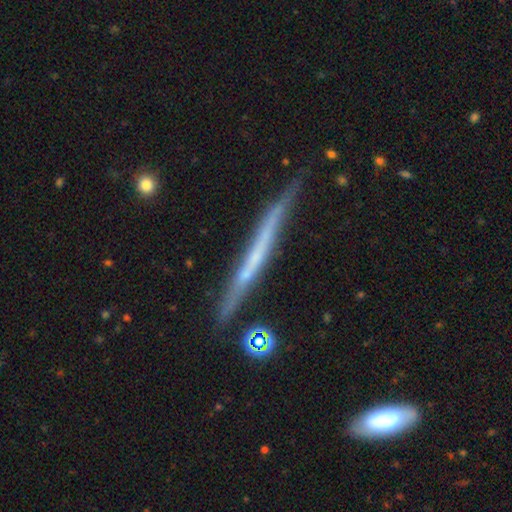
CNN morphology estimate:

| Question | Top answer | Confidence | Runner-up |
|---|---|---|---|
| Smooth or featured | featured or disk | 62% | smooth (31%) |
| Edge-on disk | yes | 95% | no (5%) |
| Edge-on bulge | none | 86% | rounded (10%) |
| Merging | none | 78% | minor disturbance (16%) |